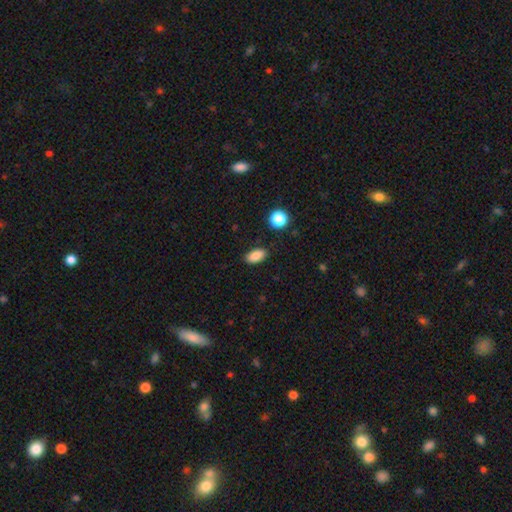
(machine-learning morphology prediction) A smooth galaxy with no disk features (87%) that is in between round and cigar-shaped (89%).

Vote fractions:
- Smooth or featured? smooth: 87% / star or artifact: 9% / featured or disk: 4%
- How rounded? in between: 89% / round: 7% / cigar-shaped: 4%
- Merging? none: 86% / minor disturbance: 10% / major disturbance: 3% / merger: 2%